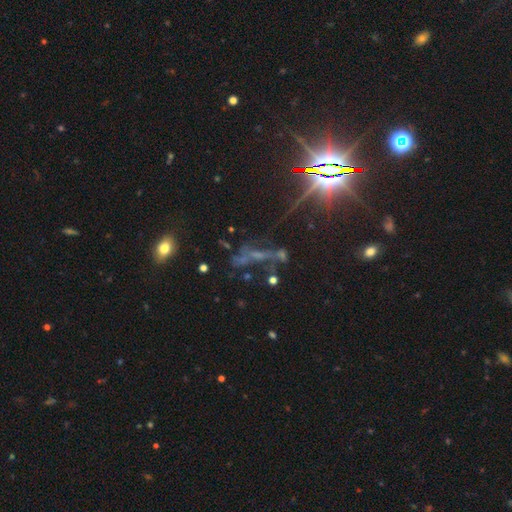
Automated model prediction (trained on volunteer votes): smooth-or-featured: star or artifact: 53% | featured or disk: 33% | smooth: 14%